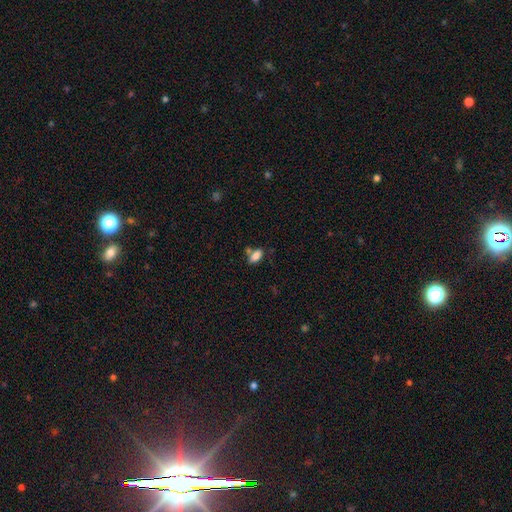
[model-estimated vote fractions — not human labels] Morphology: type=smooth (84%); roundness=in between (89%); merging=none (58%).